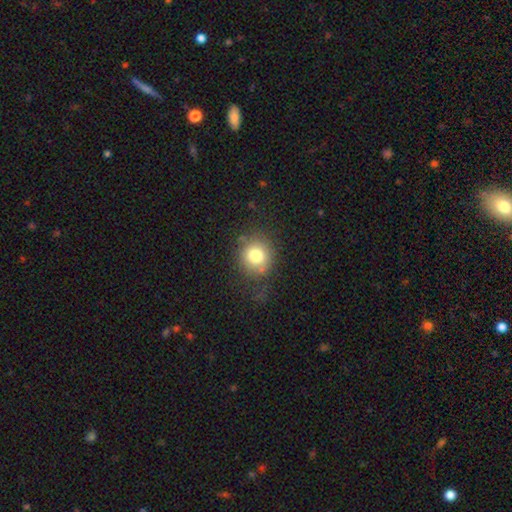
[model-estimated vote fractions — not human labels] smooth_or_featured: smooth (p=0.77) [alt: star or artifact p=0.12]
how_rounded: round (p=0.87) [alt: in between p=0.12]
merging: none (p=0.75) [alt: minor disturbance p=0.15]